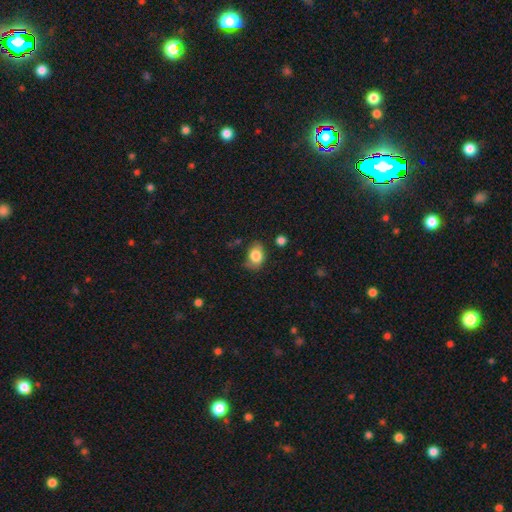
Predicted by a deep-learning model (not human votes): A smooth galaxy with no disk features (82%) that is in between round and cigar-shaped (69%).

Vote fractions:
- Smooth or featured? smooth: 82% / featured or disk: 10% / star or artifact: 8%
- How rounded? in between: 69% / round: 29% / cigar-shaped: 1%
- Merging? none: 60% / minor disturbance: 29% / major disturbance: 8% / merger: 3%